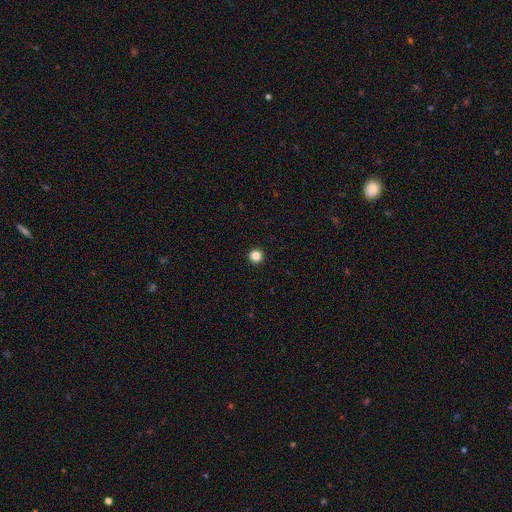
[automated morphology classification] smooth-or-featured: smooth: 85% | star or artifact: 12% | featured or disk: 3%
  how-rounded: round: 97% | in between: 3% | cigar-shaped: 1%
  merging: none: 94% | minor disturbance: 3% | major disturbance: 1% | merger: 1%